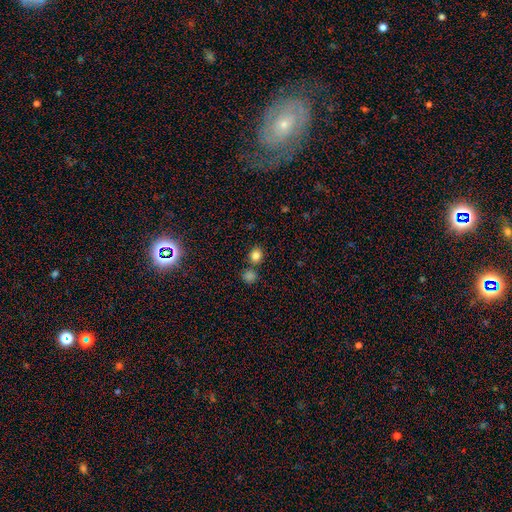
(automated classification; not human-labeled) Smooth or featured? Predicted: smooth (p=0.82). How rounded? Predicted: round (p=0.82). Merging? Predicted: none (p=0.73).